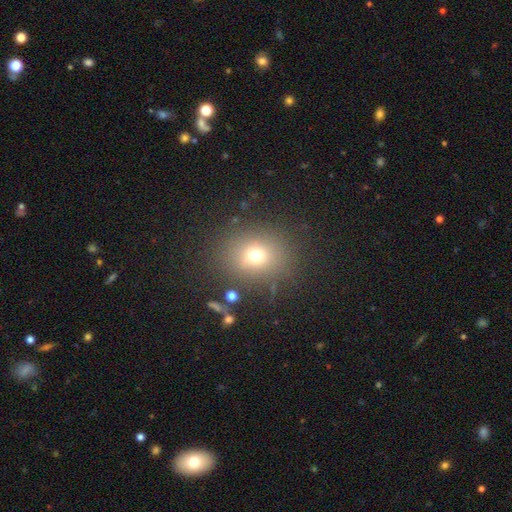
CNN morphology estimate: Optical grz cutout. It shows a smooth galaxy with no disk features (68%) that is round (68%). Merging: none (82%).